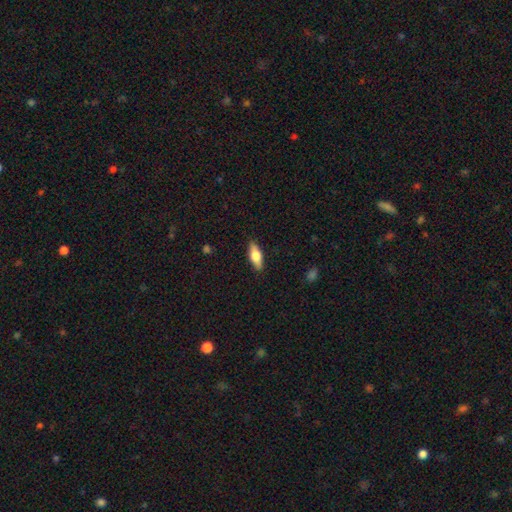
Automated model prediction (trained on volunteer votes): This appears to be a smooth galaxy with no disk features (64%) that is in between round and cigar-shaped (67%). Merging: none (88%).